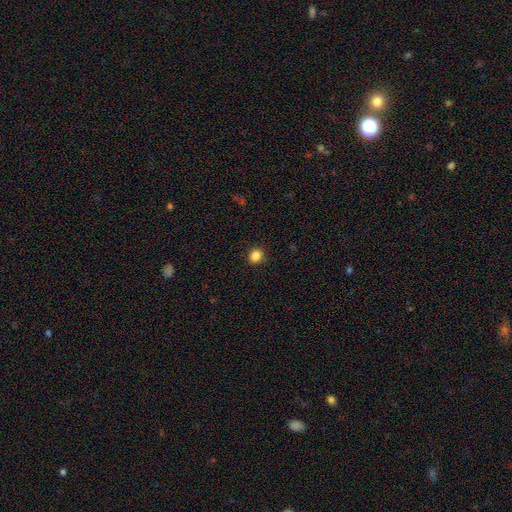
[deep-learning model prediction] The model was most divided on "how rounded": round: 75%, in between: 24%, cigar-shaped: 1%. More confident: merging — none (89%); smooth or featured — smooth (86%).